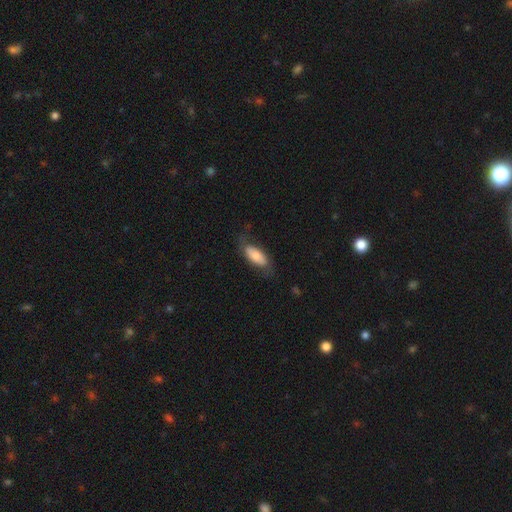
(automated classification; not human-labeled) Smooth or featured? smooth (70%)
How rounded? in between (82%)
Merging? none (63%)